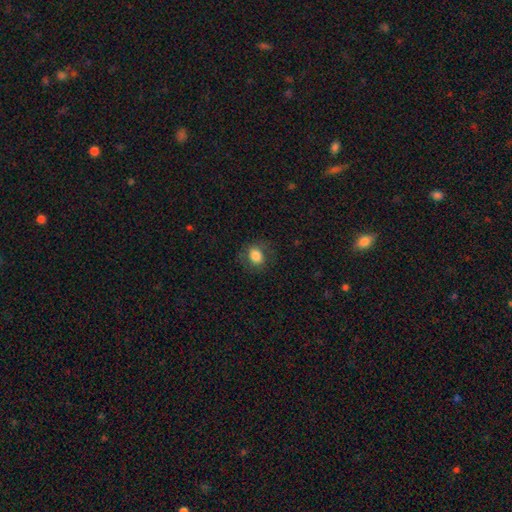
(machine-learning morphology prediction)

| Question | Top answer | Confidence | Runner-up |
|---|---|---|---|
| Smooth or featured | smooth | 80% | featured or disk (11%) |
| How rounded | round | 50% | in between (49%) |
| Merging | none | 75% | minor disturbance (16%) |